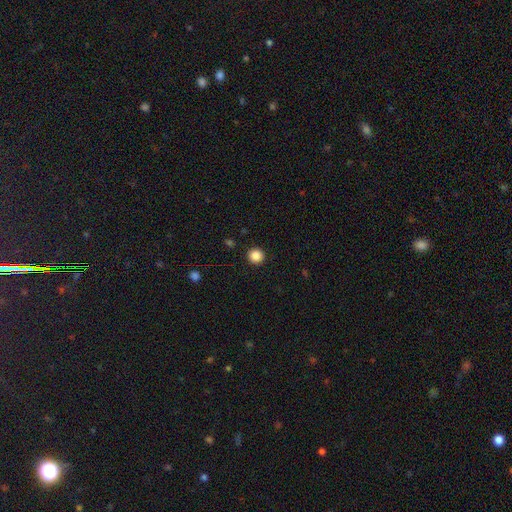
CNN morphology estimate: This appears to be a smooth galaxy with no disk features (86%) that is round (95%). Merging: none (93%).